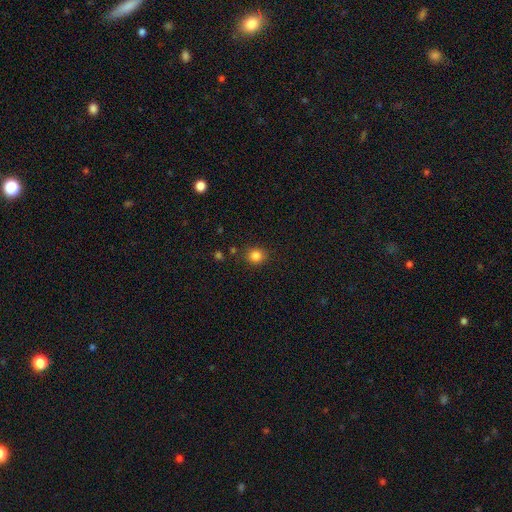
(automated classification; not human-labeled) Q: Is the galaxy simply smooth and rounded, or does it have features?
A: smooth — 84%.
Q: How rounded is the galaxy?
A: round — 81%.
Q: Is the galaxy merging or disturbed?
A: none — 85%.